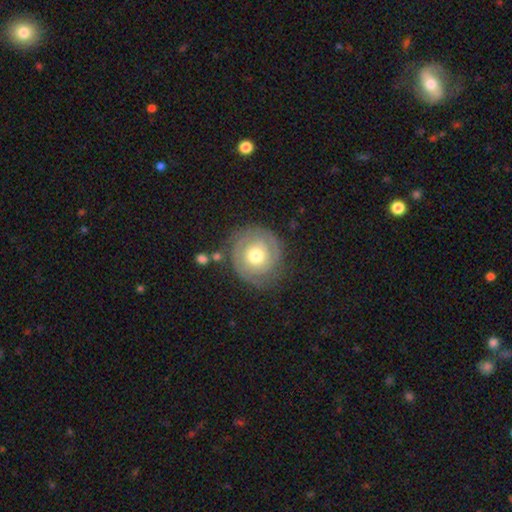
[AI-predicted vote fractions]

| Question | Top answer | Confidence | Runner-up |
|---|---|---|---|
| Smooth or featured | featured or disk | 63% | smooth (31%) |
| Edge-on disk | no | 97% | yes (3%) |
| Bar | no | 82% | weak (14%) |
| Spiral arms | yes | 76% | no (24%) |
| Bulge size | moderate | 70% | large (15%) |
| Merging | none | 75% | minor disturbance (15%) |